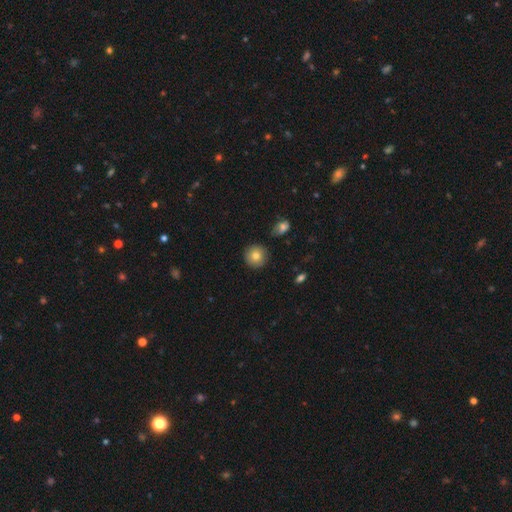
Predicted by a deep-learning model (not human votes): Smooth or featured? smooth (80%)
How rounded? round (93%)
Merging? none (87%)